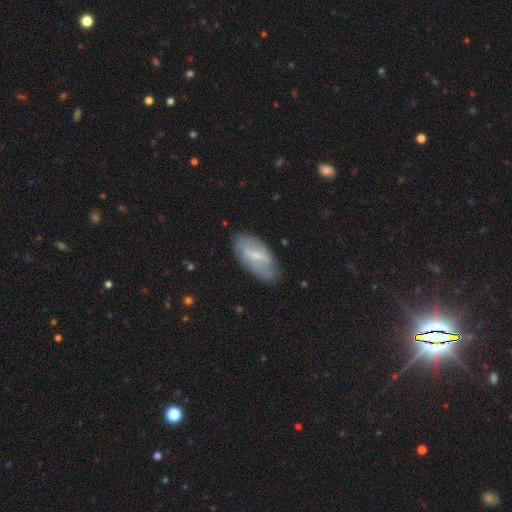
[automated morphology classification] Overall: featured or disk (56%; smooth 37%). Edge-on disk: no (90%). Bar: weak (51%; strong 32%). Spiral arms: yes (57%; no 43%). Bulge size: small (55%; moderate 33%). Merging: none (72%).